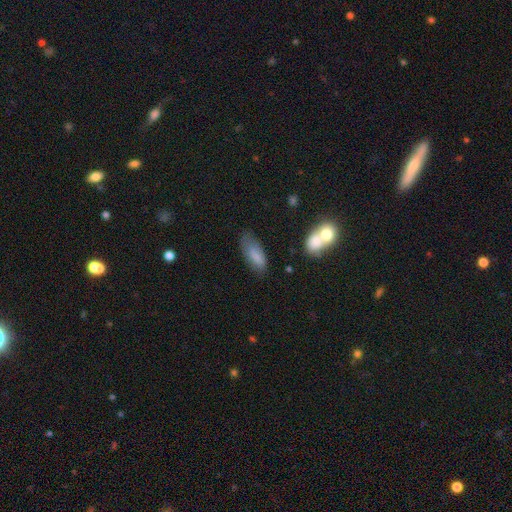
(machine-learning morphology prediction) This is likely a smooth galaxy (79%). How rounded: likely in between (77%). Merging: possibly none (58%).